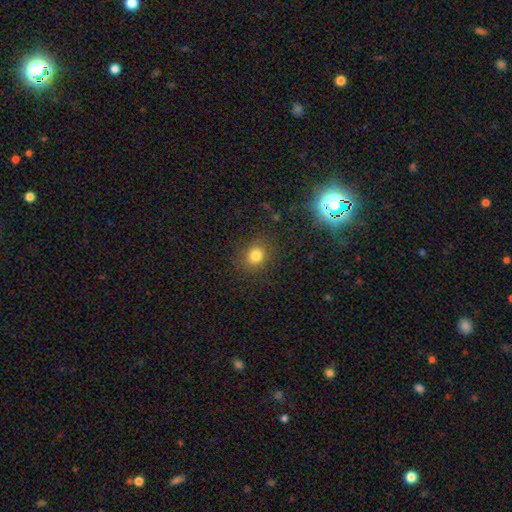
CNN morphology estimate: smooth_or_featured: smooth (p=0.78) [alt: star or artifact p=0.15]
how_rounded: round (p=0.77) [alt: in between p=0.23]
merging: none (p=0.86) [alt: minor disturbance p=0.09]